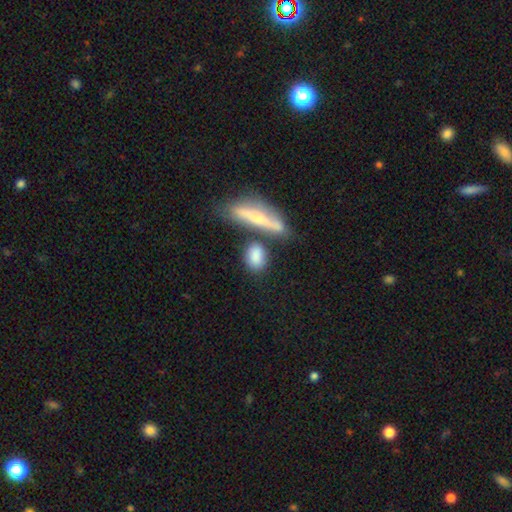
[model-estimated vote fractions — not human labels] The model was most divided on "merging": none: 62%, merger: 18%, minor disturbance: 15%, major disturbance: 5%. More confident: smooth or featured — smooth (80%); how rounded — in between (67%).